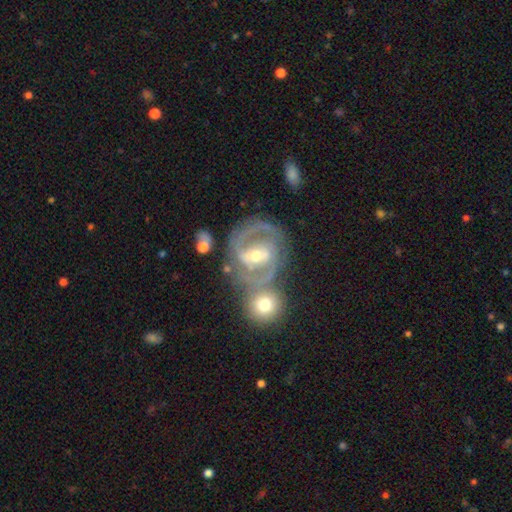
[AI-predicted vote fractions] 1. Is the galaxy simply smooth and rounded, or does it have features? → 85% featured or disk, 9% smooth, 6% star or artifact.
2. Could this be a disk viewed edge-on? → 97% no, 3% yes.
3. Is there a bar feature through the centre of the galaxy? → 42% strong, 40% weak, 18% no.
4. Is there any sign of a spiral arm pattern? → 90% yes, 10% no.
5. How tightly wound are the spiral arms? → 48% medium, 41% tight, 11% loose.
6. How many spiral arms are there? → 76% 2, 10% can't tell, 6% 3, 4% 1, 2% 4, 2% more than 4.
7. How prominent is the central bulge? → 61% moderate, 33% small, 3% large, 1% none, 1% dominant.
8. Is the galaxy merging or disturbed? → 47% none, 29% merger, 15% minor disturbance, 10% major disturbance.